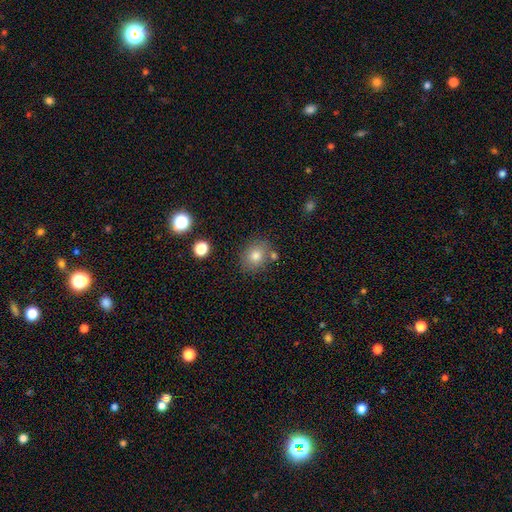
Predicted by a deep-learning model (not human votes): A smooth galaxy with no disk features (79%) that is round (64%). Merging: none (75%).